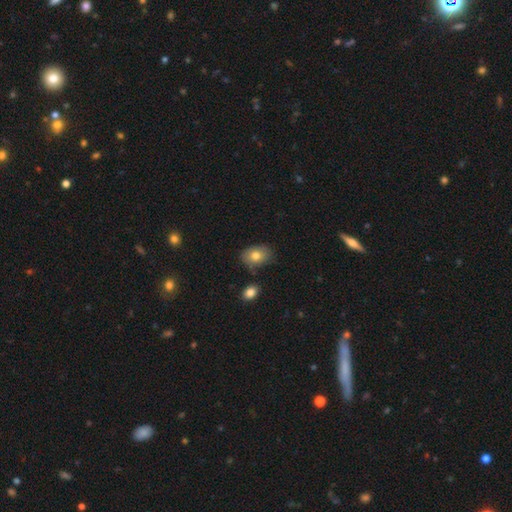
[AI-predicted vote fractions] Smooth or featured? smooth (79%)
How rounded? in between (80%)
Merging? none (77%)